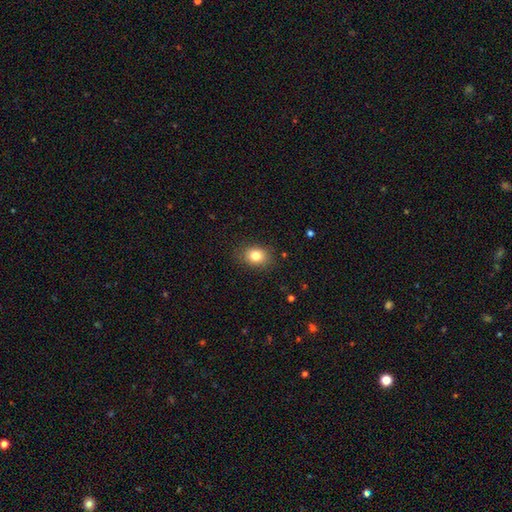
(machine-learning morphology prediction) type=smooth (81%); roundness=in between (57%); merging=none (85%).